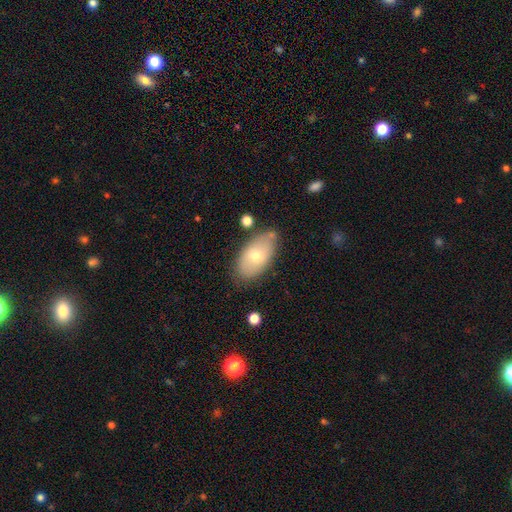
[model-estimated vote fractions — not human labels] smooth 65%, featured or disk 28%, star or artifact 7%. Down the decision tree: how rounded — in between (93%); merging — none (74%).